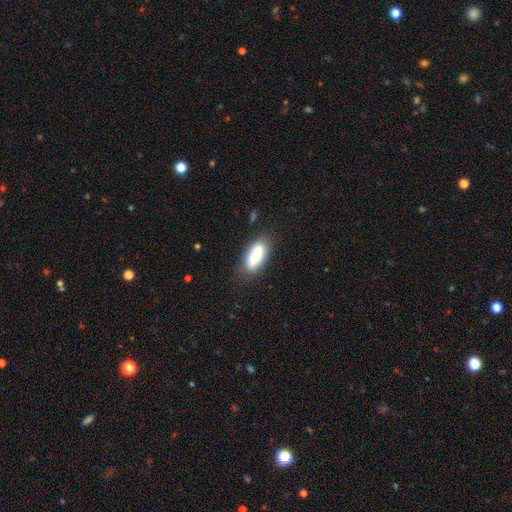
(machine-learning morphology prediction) The model was most divided on "merging": none: 71%, minor disturbance: 19%, major disturbance: 6%, merger: 5%. More confident: how rounded — in between (79%); smooth or featured — smooth (78%).